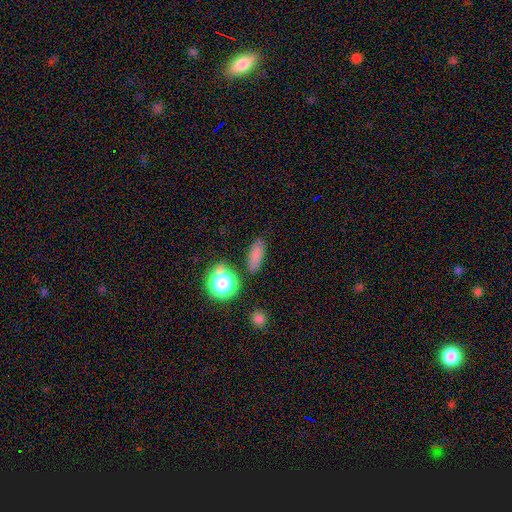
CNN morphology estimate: This appears to be a smooth galaxy with no disk features (76%) that is in between round and cigar-shaped (66%). Merging: none (81%).